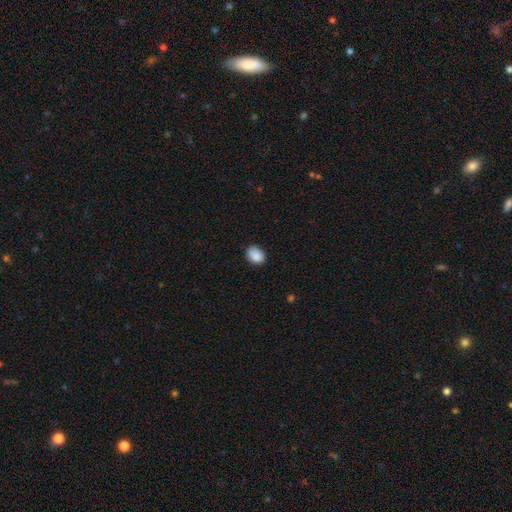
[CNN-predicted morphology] Q: Smooth or featured?
A: smooth (89%); runner-up: star or artifact (8%)
Q: How rounded?
A: in between (63%); runner-up: round (36%)
Q: Merging?
A: none (82%); runner-up: minor disturbance (15%)